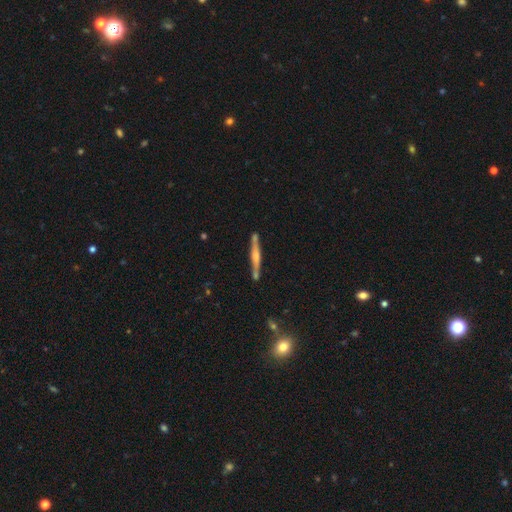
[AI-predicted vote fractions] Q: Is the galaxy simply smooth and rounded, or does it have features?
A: featured or disk — 65%.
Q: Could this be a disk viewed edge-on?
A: yes — 97%.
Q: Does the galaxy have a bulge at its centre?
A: rounded — 64%.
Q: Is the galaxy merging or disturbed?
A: none — 79%.